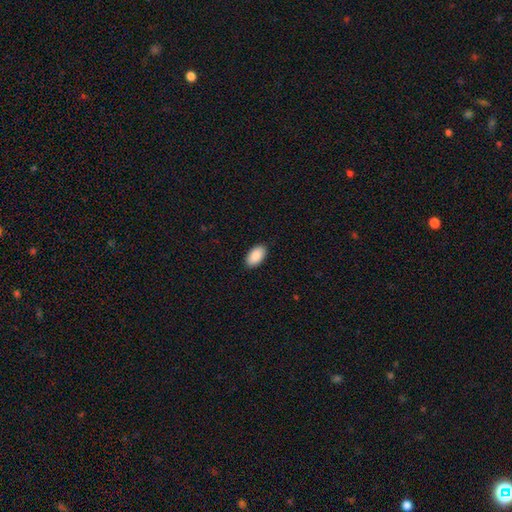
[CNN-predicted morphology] This is clearly a smooth galaxy (90%). How rounded: clearly in between (96%). Merging: clearly none (90%).